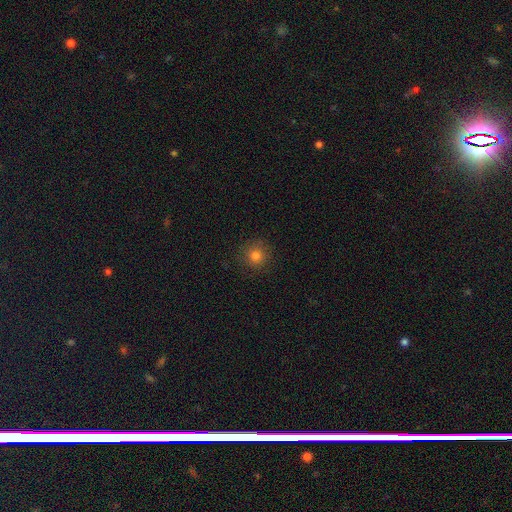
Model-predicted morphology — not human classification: Overall: smooth (82%). How rounded: round (93%). Merging: none (87%).